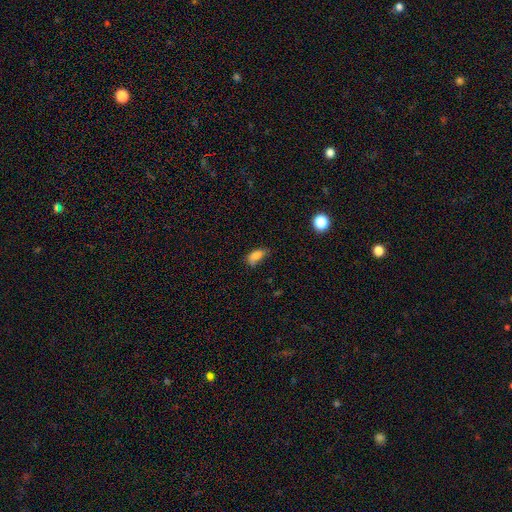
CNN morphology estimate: A smooth galaxy with no disk features (82%) that is in between round and cigar-shaped (86%). Merging: none (51%).